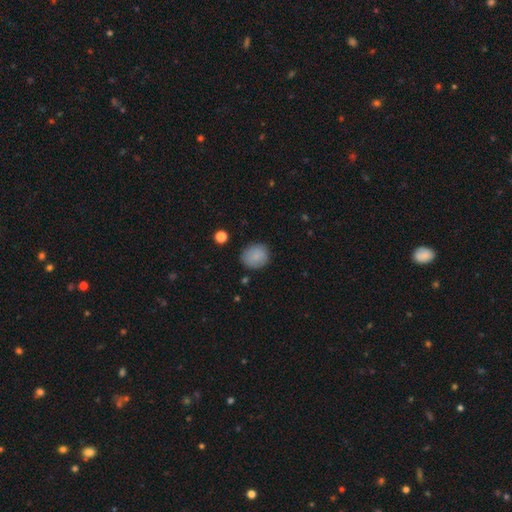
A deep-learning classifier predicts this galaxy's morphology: type=smooth (84%); roundness=round (70%); merging=none (82%).